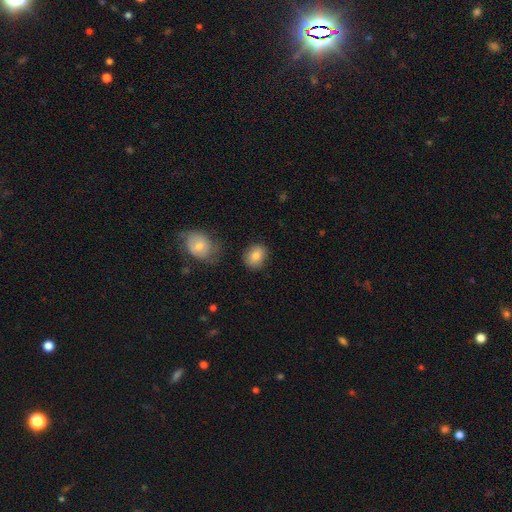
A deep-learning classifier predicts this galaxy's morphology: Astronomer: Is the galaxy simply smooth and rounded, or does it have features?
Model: smooth — 84%.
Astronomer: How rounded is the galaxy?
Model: round — 51% (runner-up: in between, 48%).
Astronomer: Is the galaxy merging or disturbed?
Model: none — 80%.